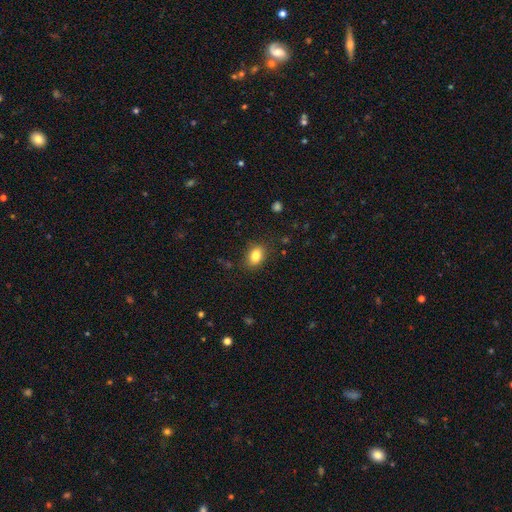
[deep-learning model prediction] smooth 83%, star or artifact 10%, featured or disk 8%. Down the decision tree: how rounded — in between (73%); merging — none (85%).